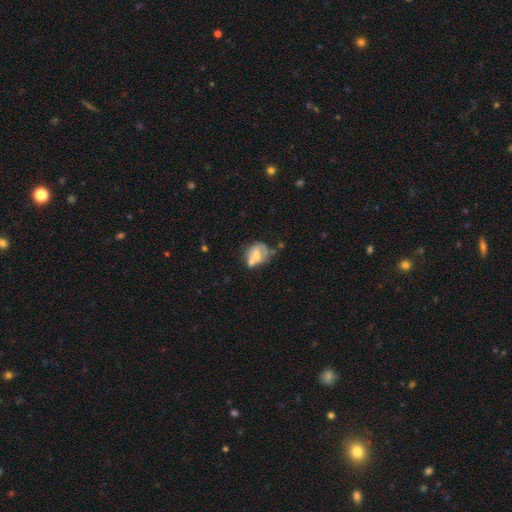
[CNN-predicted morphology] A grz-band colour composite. It shows a smooth galaxy with no disk features (48%). Merging: merger (38%).